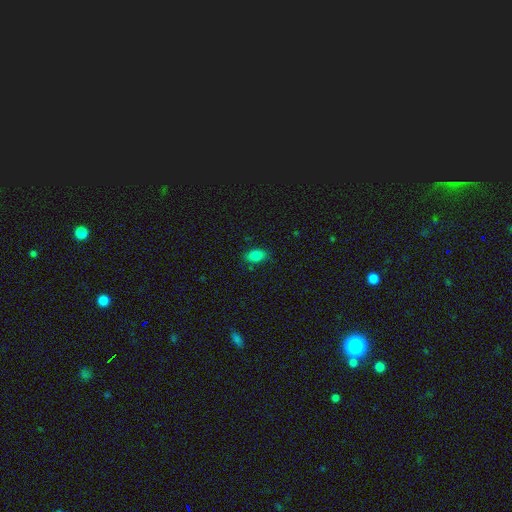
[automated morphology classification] Overall: smooth (83%). How rounded: in between (86%). Merging: none (81%).